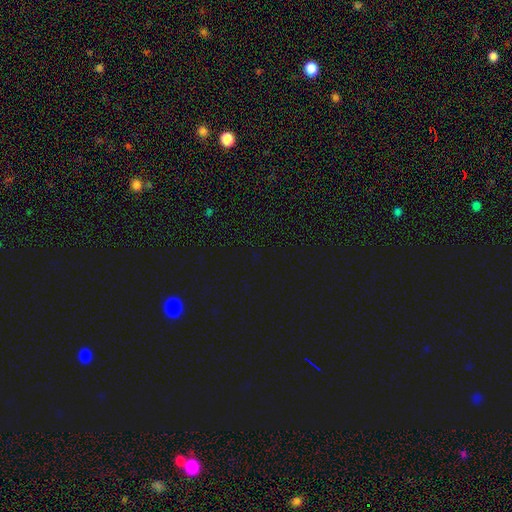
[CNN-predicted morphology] type=star or artifact (76%).